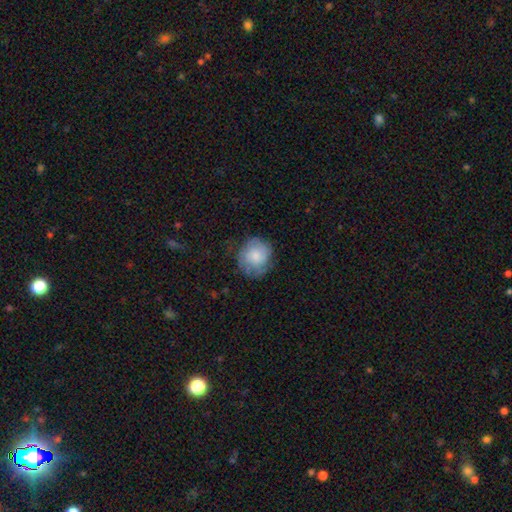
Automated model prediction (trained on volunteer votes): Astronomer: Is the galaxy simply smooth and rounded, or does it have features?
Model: smooth — 55% (runner-up: featured or disk, 37%).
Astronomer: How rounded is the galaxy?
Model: round — 83%.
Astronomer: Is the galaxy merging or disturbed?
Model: none — 69%.